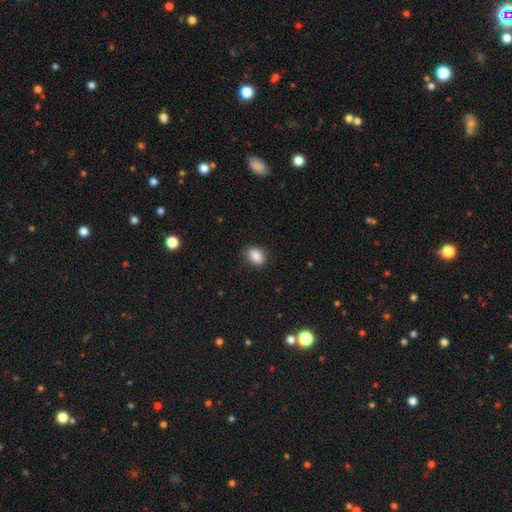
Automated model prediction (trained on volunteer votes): Morphology: type=smooth (88%); roundness=in between (82%); merging=none (86%).